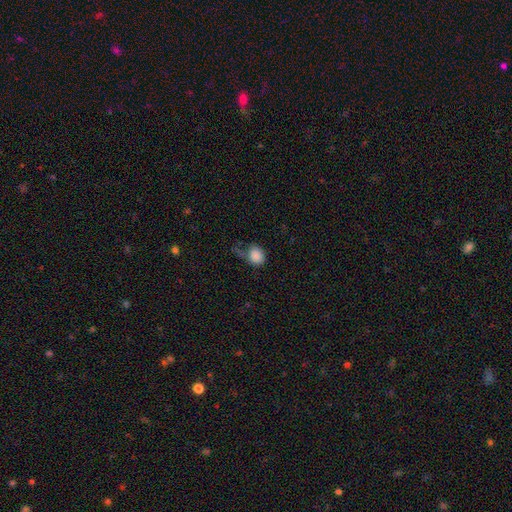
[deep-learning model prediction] A smooth galaxy with no disk features (86%) that is round (66%). Merging: none (50%).